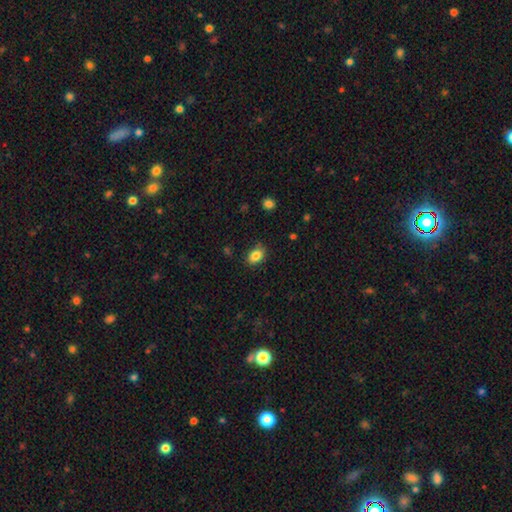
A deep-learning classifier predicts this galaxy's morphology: This appears to be a smooth galaxy with no disk features (85%) that is in between round and cigar-shaped (81%). Merging: none (81%).